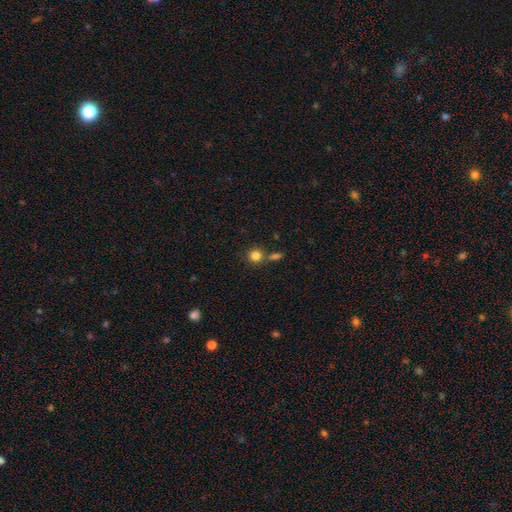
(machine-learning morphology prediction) This appears to be a smooth galaxy with no disk features (82%) that is round (90%). Merging: none (69%).